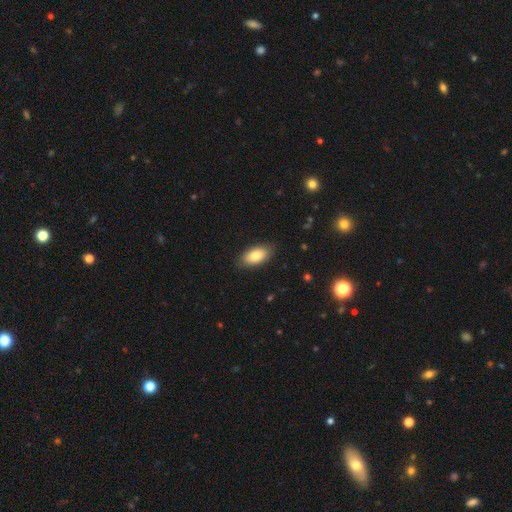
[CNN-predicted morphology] This is clearly a smooth galaxy (83%). How rounded: clearly in between (92%). Merging: clearly none (86%).